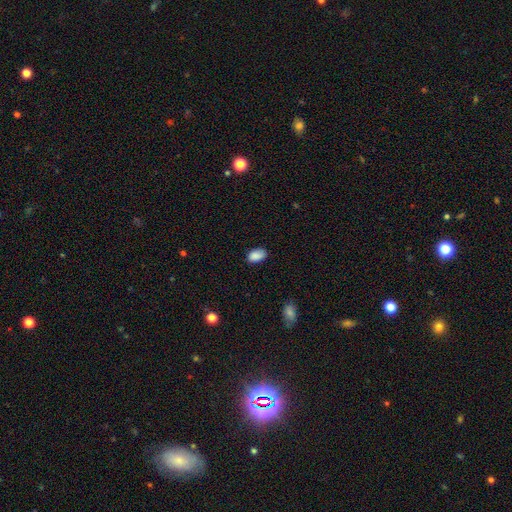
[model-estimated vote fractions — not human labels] Morphology: type=smooth (88%); roundness=in between (92%); merging=none (79%).